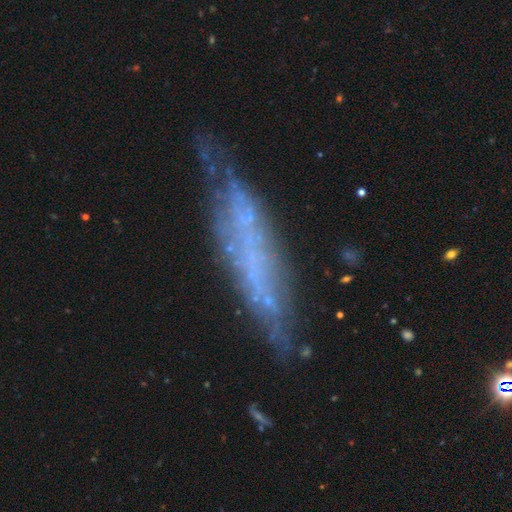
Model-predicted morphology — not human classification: This is possibly a featured or disk galaxy (56%). It is possibly viewed edge-on (54%). Merging: possibly none (59%).